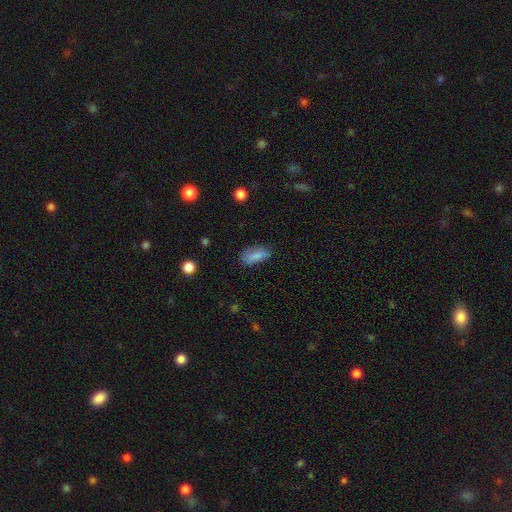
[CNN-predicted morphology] smooth-or-featured: smooth: 83% | featured or disk: 9% | star or artifact: 8%
  how-rounded: in between: 83% | cigar-shaped: 14% | round: 3%
  merging: none: 73% | minor disturbance: 20% | major disturbance: 5% | merger: 2%